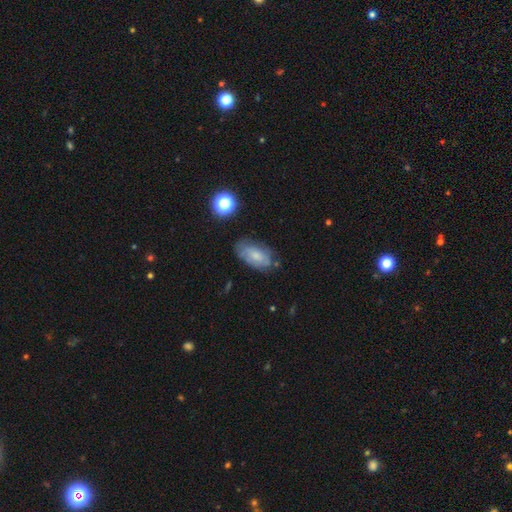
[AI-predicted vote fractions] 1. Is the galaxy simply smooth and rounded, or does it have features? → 57% smooth, 33% featured or disk, 10% star or artifact.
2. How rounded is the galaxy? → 91% in between, 6% round, 3% cigar-shaped.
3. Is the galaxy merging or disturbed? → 62% none, 26% minor disturbance, 8% major disturbance, 3% merger.